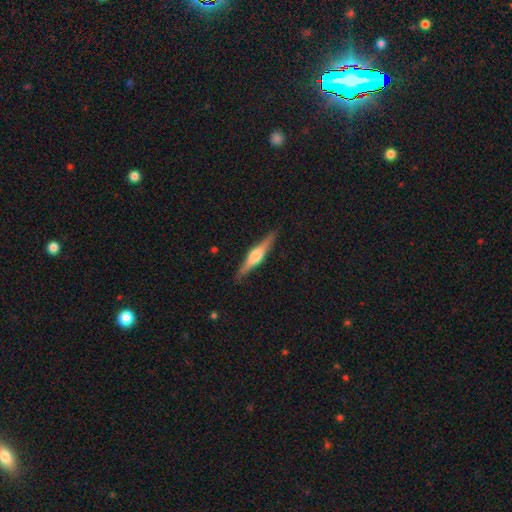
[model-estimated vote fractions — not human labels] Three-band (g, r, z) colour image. It shows a featured or disk galaxy (73%) viewed edge-on (98%) with a rounded central bulge (88%). Merging: none (89%).